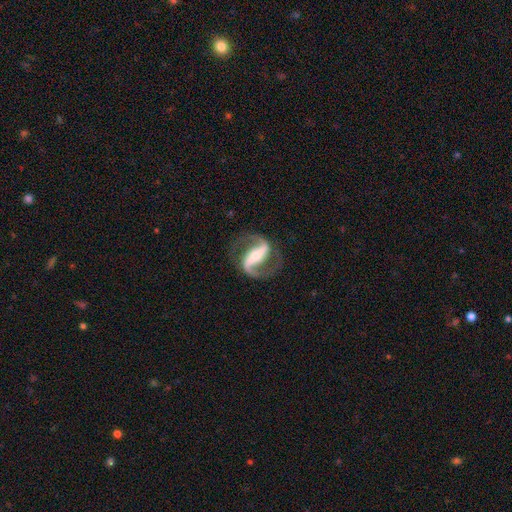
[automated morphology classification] A featured or disk galaxy (91%) with a strong bar (71%), 2 (93%) medium (51%) spiral arms (97%) and a small central bulge (43%). Merging: none (80%).